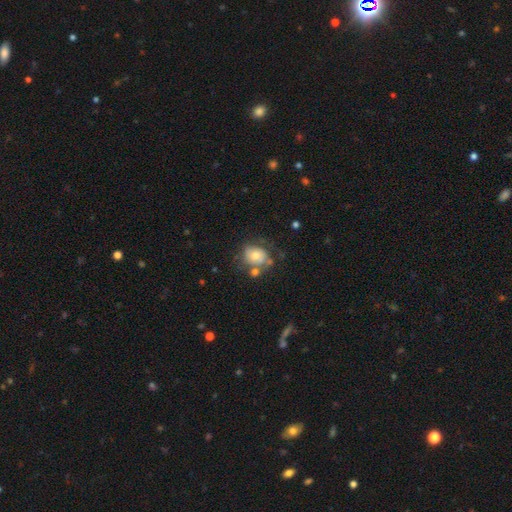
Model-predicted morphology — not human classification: type=smooth (53%); roundness=round (61%); merging=none (46%).